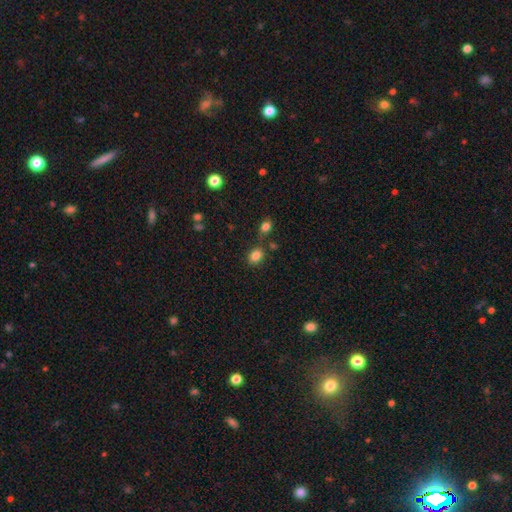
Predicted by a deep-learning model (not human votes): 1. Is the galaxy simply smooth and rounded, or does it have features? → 84% smooth, 11% star or artifact, 5% featured or disk.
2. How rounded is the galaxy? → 66% in between, 33% round, 1% cigar-shaped.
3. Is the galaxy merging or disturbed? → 68% none, 14% merger, 14% minor disturbance, 4% major disturbance.